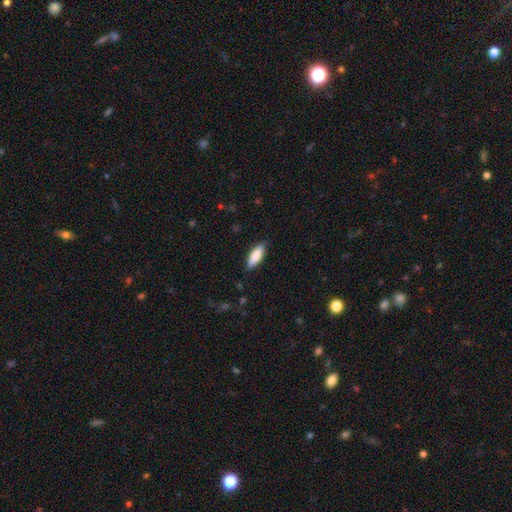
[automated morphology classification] smooth_or_featured: smooth (p=0.77) [alt: featured or disk p=0.17]
how_rounded: in between (p=0.59) [alt: cigar-shaped p=0.39]
merging: none (p=0.86) [alt: minor disturbance p=0.11]